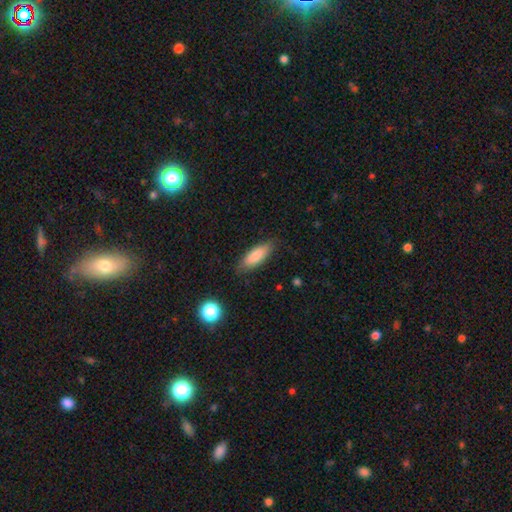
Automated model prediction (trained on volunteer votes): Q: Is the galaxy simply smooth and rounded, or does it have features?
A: smooth — 80%.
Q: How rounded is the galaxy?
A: in between — 66%.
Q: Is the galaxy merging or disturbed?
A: none — 81%.